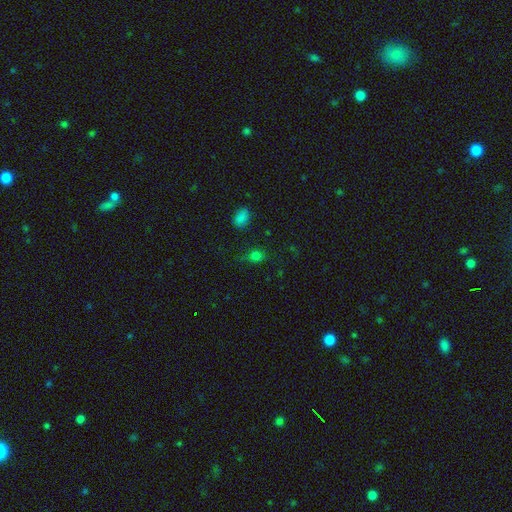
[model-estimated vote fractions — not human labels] The model was most divided on "how rounded": round: 60%, in between: 38%, cigar-shaped: 2%. More confident: smooth or featured — smooth (74%); merging — none (72%).